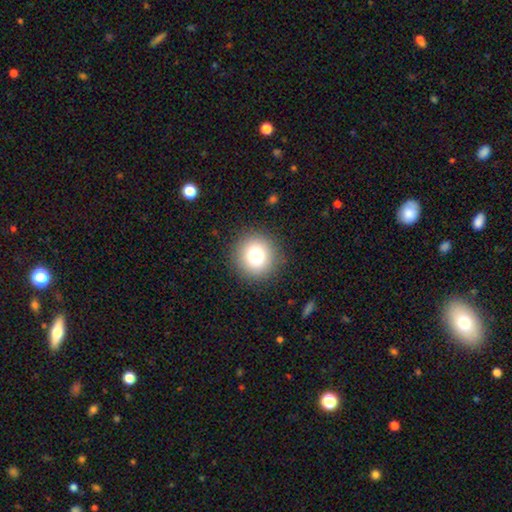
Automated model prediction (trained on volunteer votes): smooth 78%, star or artifact 12%, featured or disk 10%. Down the decision tree: how rounded — round (93%); merging — none (90%).